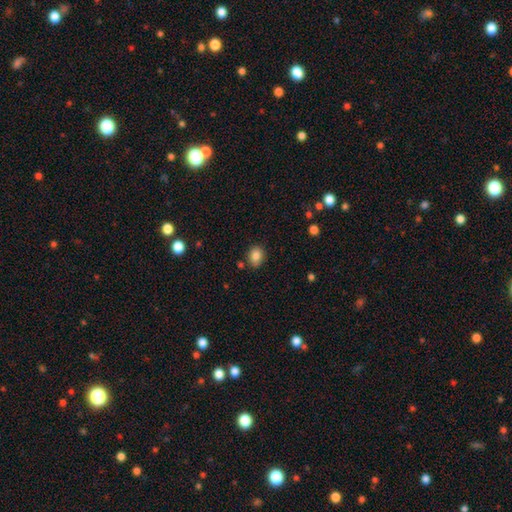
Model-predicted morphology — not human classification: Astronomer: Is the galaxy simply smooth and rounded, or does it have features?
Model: smooth — 85%.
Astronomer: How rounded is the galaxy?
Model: round — 51% (runner-up: in between, 48%).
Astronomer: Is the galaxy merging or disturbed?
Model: none — 81%.